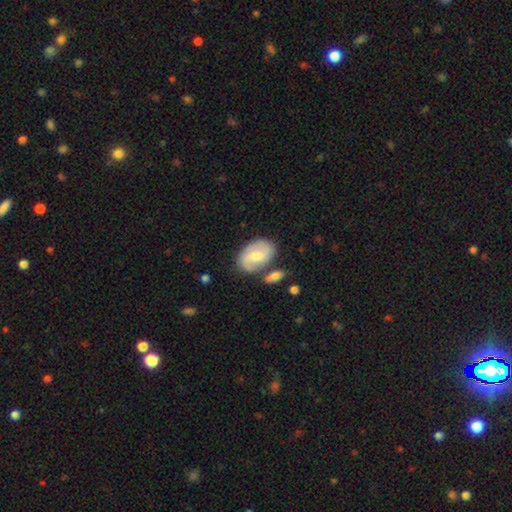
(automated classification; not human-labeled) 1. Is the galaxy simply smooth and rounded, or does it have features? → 63% featured or disk, 31% smooth, 6% star or artifact.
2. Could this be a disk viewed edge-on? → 97% no, 3% yes.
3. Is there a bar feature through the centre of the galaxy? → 52% weak, 36% no, 12% strong.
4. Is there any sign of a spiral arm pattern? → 88% yes, 12% no.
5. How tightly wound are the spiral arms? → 46% medium, 31% loose, 22% tight.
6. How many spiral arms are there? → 83% 2, 9% can't tell, 3% 1, 2% 3, 1% 4, 1% more than 4.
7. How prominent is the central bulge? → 55% moderate, 34% small, 5% large, 5% none, 1% dominant.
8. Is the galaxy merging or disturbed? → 64% none, 18% minor disturbance, 13% merger, 6% major disturbance.